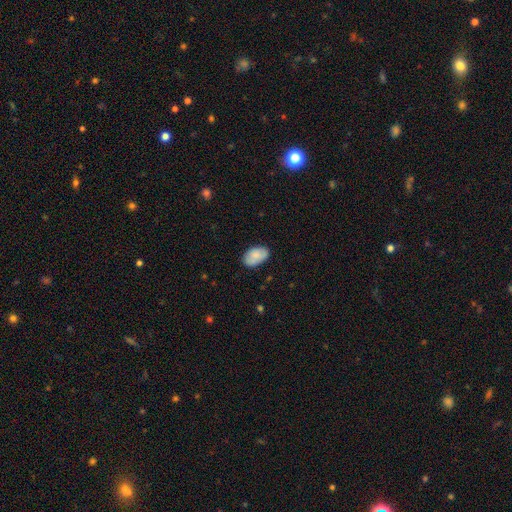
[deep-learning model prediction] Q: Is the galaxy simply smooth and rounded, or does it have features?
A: smooth — 82%.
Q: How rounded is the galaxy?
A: in between — 93%.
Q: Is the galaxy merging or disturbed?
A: none — 78%.